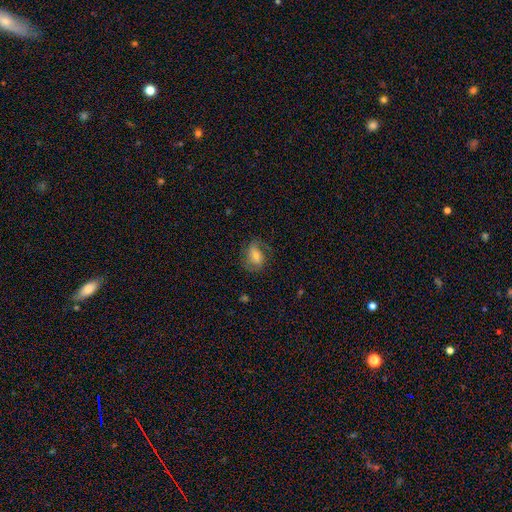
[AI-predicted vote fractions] This is possibly a featured or disk galaxy (59%). It is clearly not viewed edge-on (96%). Bar: marginally no (42%). Spiral arm pattern: clearly yes (87%). Central bulge: possibly moderate (54%). Merging: likely none (70%).